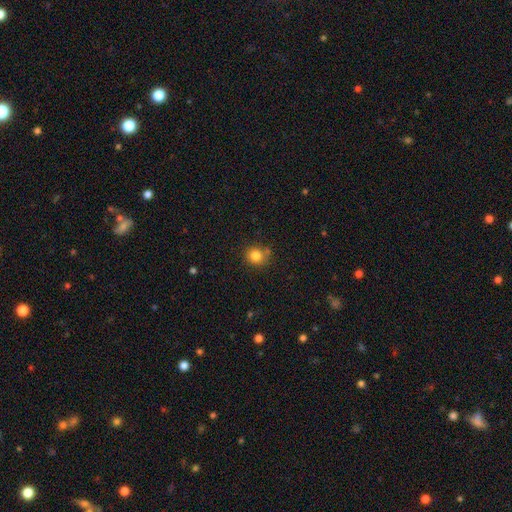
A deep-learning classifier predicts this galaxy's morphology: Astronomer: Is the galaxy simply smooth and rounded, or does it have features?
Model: smooth — 83%.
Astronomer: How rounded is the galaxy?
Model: round — 86%.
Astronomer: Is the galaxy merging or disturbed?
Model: none — 76%.